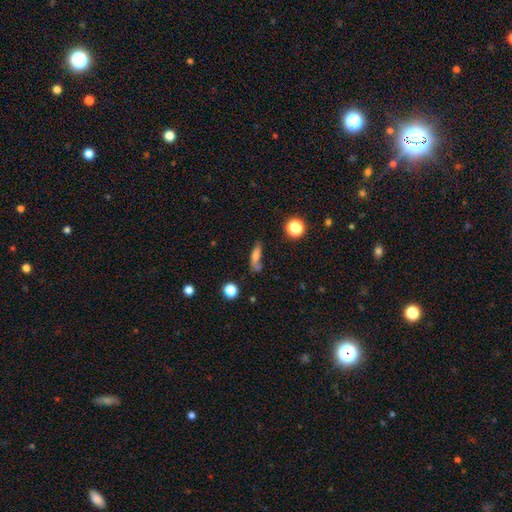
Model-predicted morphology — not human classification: A smooth galaxy with no disk features (66%) that is cigar-shaped (49%).

Vote fractions:
- Smooth or featured? smooth: 66% / featured or disk: 21% / star or artifact: 13%
- How rounded? cigar-shaped: 49% / in between: 43% / round: 9%
- Merging? none: 48% / minor disturbance: 23% / merger: 15% / major disturbance: 14%